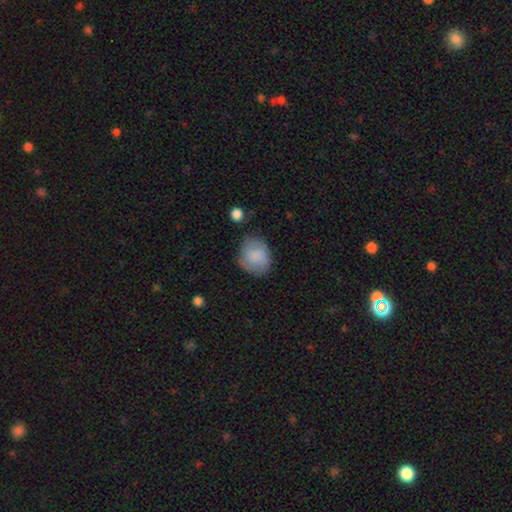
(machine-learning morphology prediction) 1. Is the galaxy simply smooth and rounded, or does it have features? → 82% smooth, 11% featured or disk, 7% star or artifact.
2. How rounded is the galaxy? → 57% round, 42% in between, 1% cigar-shaped.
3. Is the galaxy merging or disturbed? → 62% none, 27% minor disturbance, 8% major disturbance, 3% merger.